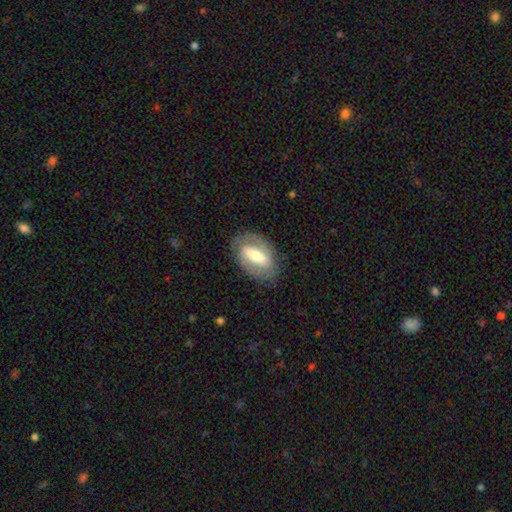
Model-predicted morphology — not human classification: This is likely a featured or disk galaxy (64%). It is clearly not viewed edge-on (91%). Bar: possibly strong (55%). Spiral arm pattern: likely yes (67%). Central bulge: possibly moderate (56%). Merging: clearly none (80%).